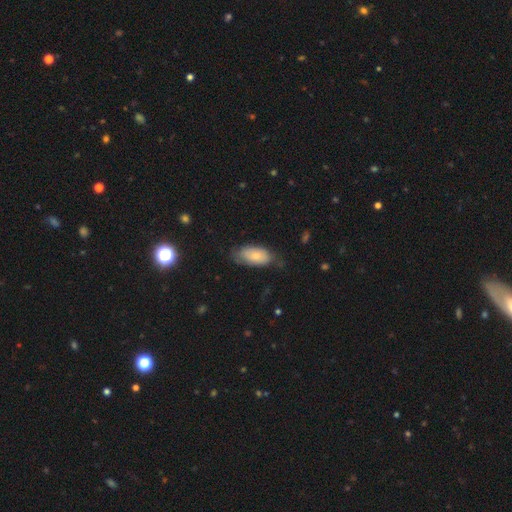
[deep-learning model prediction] This is likely a smooth galaxy (70%). How rounded: clearly in between (92%). Merging: possibly none (58%).